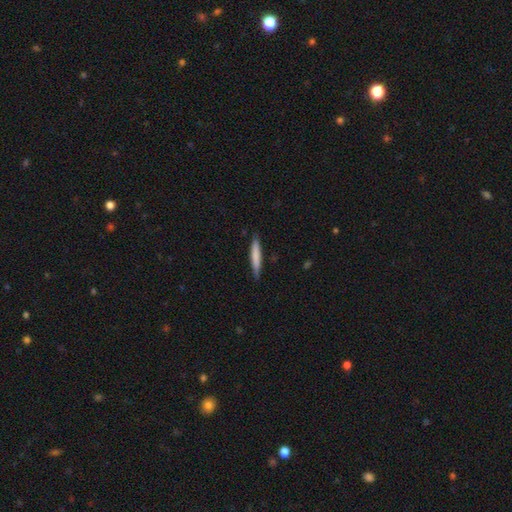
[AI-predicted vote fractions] smooth 74%, featured or disk 21%, star or artifact 5%. Down the decision tree: how rounded — cigar-shaped (94%); merging — none (86%).